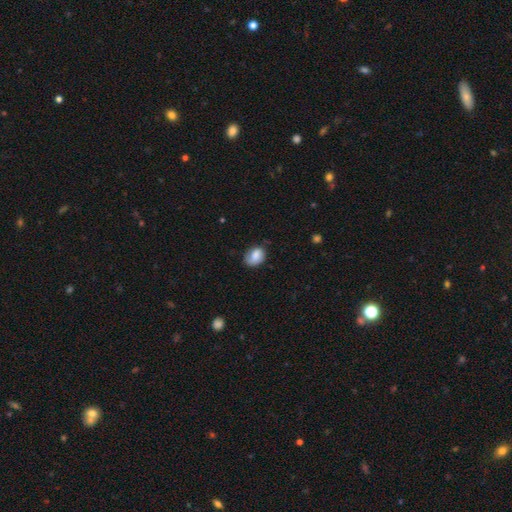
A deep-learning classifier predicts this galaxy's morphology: A smooth galaxy with no disk features (81%) that is in between round and cigar-shaped (72%). Merging: none (61%).